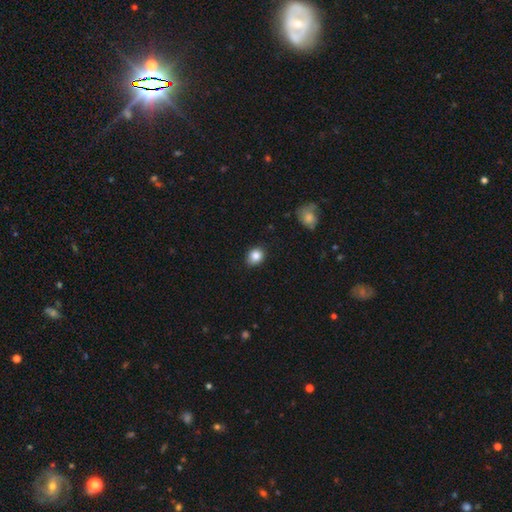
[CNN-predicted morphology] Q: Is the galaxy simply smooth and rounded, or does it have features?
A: smooth — 85%.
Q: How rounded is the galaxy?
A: round — 64%.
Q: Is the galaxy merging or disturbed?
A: none — 84%.